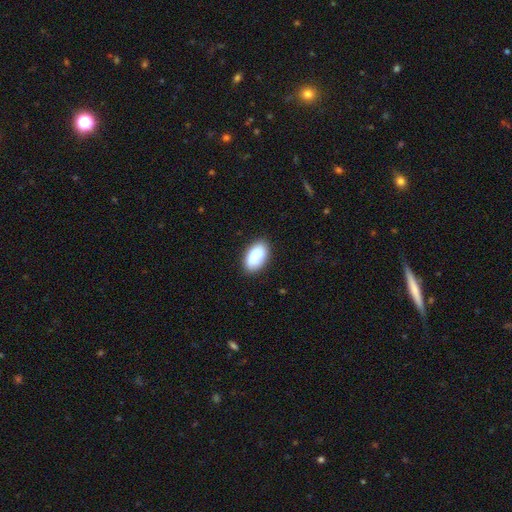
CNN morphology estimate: A smooth galaxy with no disk features (86%) that is in between round and cigar-shaped (94%). Merging: none (81%).